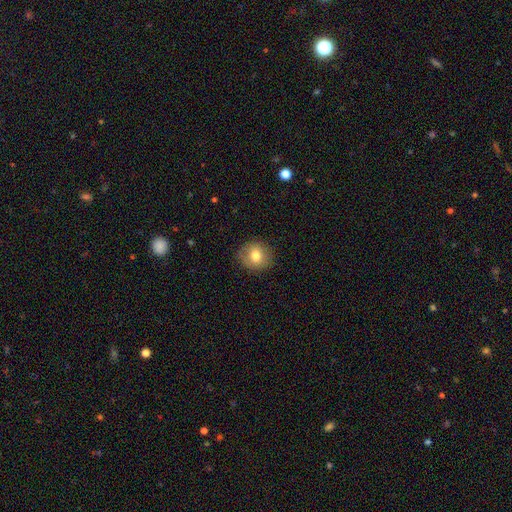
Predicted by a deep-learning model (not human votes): Smooth or featured?
  - smooth: 77% *
  - featured or disk: 14%
  - star or artifact: 9%
How rounded?
  - round: 84% *
  - in between: 15%
  - cigar-shaped: 1%
Merging?
  - none: 86% *
  - minor disturbance: 10%
  - major disturbance: 3%
  - merger: 1%